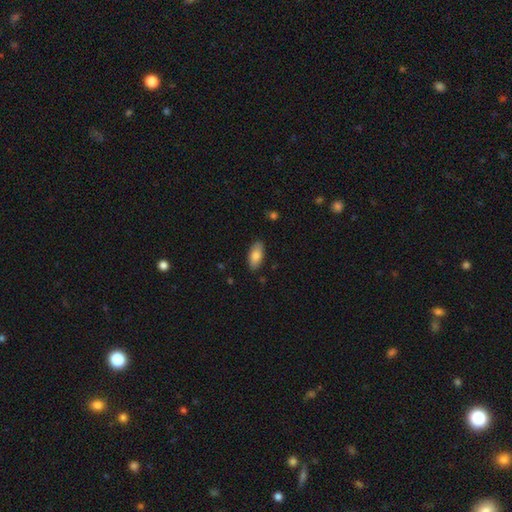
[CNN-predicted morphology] Overall: smooth (81%). How rounded: in between (89%). Merging: none (87%).